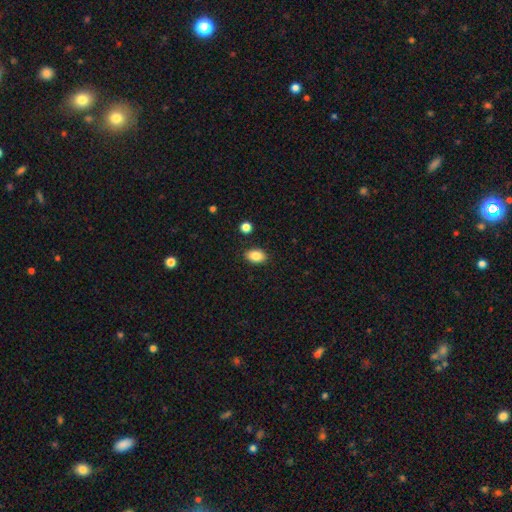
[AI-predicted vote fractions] This is clearly a smooth galaxy (85%). How rounded: clearly in between (86%). Merging: clearly none (87%).